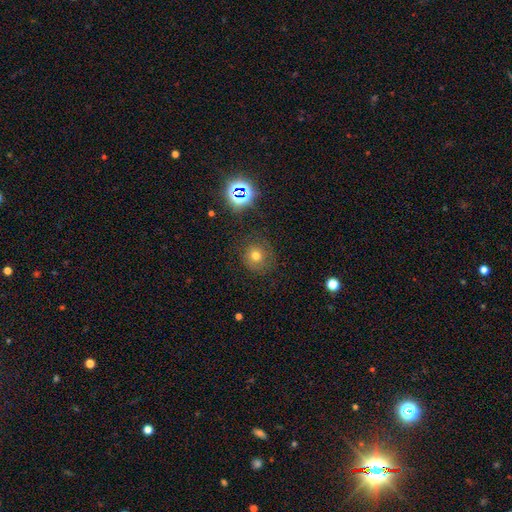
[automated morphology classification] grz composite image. It shows a smooth galaxy with no disk features (66%) that is round (90%). Merging: none (79%).